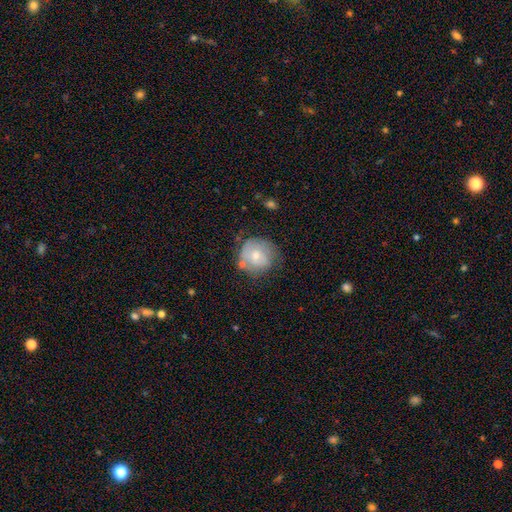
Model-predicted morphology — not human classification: Q: Smooth or featured?
A: smooth (59%); runner-up: featured or disk (34%)
Q: How rounded?
A: round (88%); runner-up: in between (11%)
Q: Merging?
A: none (55%); runner-up: minor disturbance (28%)